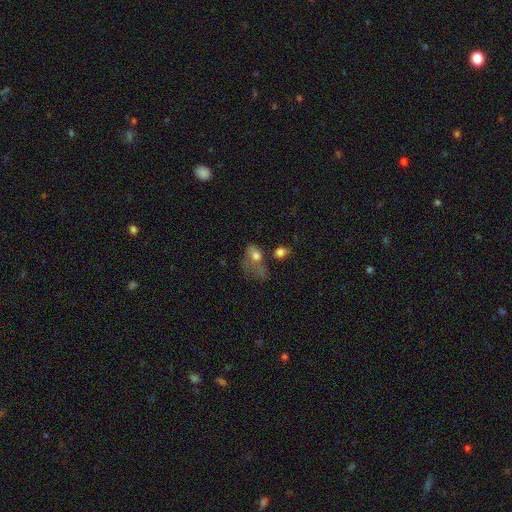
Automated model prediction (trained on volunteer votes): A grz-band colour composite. It shows a smooth galaxy with no disk features (68%) that is in between round and cigar-shaped (71%). Merging: major disturbance (41%).